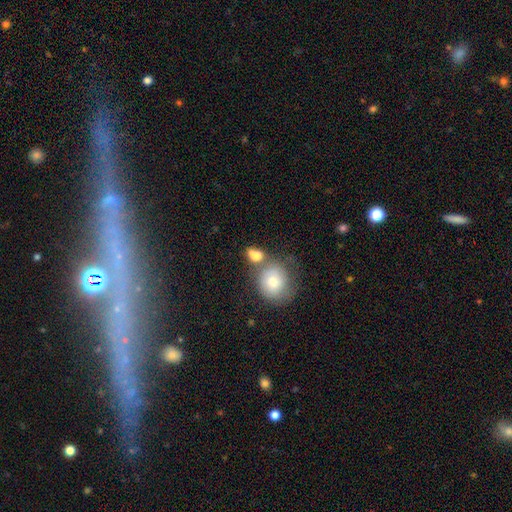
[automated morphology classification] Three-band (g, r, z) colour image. It shows a smooth galaxy with no disk features (77%) that is in between round and cigar-shaped (57%). Merging: merger (44%).